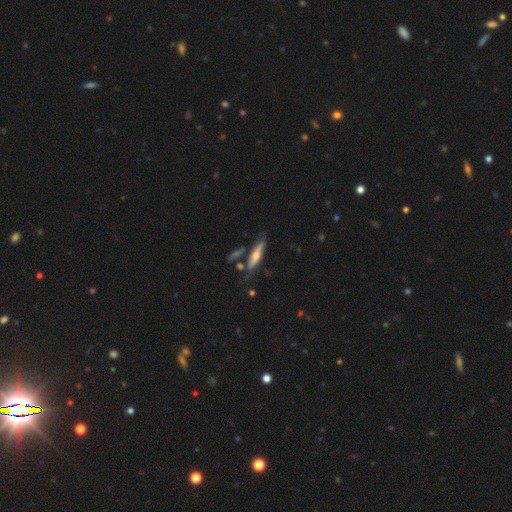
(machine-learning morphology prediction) Smooth or featured: featured or disk — 52% (smooth — 42%)
Edge-on disk: yes — 82% (no — 18%)
Merging: none — 61% (minor disturbance — 20%)